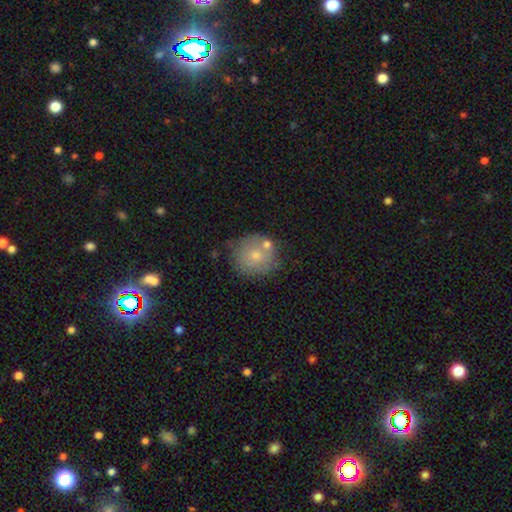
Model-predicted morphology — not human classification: smooth 67%, featured or disk 24%, star or artifact 8%. Down the decision tree: how rounded — round (89%); merging — none (61%).